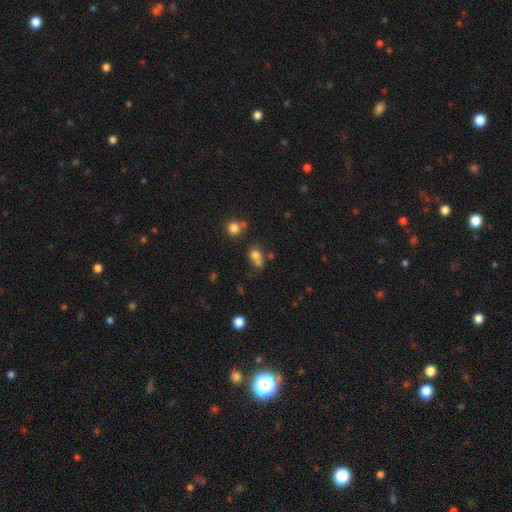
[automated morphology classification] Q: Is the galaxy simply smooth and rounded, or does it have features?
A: smooth — 71%.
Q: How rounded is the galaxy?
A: round — 58%.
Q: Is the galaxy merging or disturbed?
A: merger — 43%.